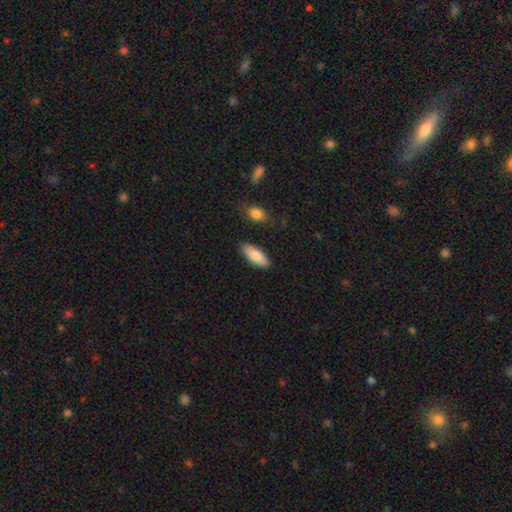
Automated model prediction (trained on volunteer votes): A smooth galaxy with no disk features (83%) that is in between round and cigar-shaped (80%).

Vote fractions:
- Smooth or featured? smooth: 83% / featured or disk: 12% / star or artifact: 6%
- How rounded? in between: 80% / cigar-shaped: 18% / round: 2%
- Merging? none: 85% / minor disturbance: 10% / merger: 3% / major disturbance: 2%